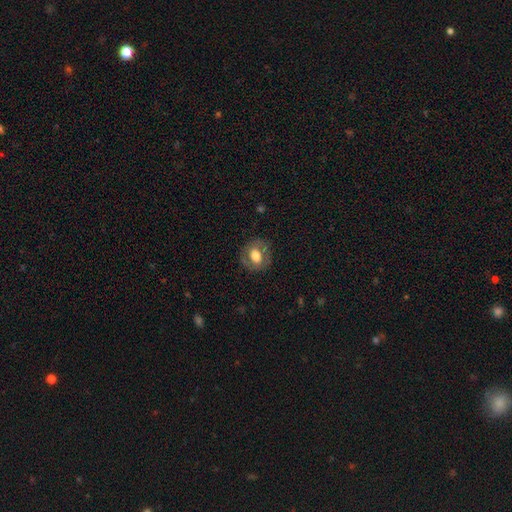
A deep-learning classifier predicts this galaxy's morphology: A smooth galaxy with no disk features (57%) that is round (60%).

Vote fractions:
- Smooth or featured? smooth: 57% / featured or disk: 35% / star or artifact: 8%
- How rounded? round: 60% / in between: 39% / cigar-shaped: 1%
- Merging? none: 77% / minor disturbance: 15% / major disturbance: 7% / merger: 1%